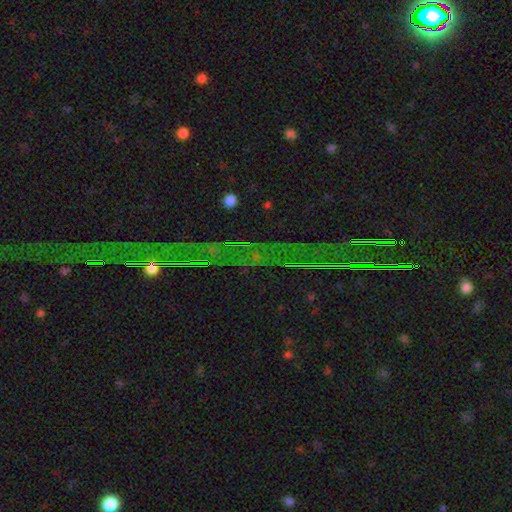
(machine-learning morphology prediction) star or artifact 83%, featured or disk 9%, smooth 8%.